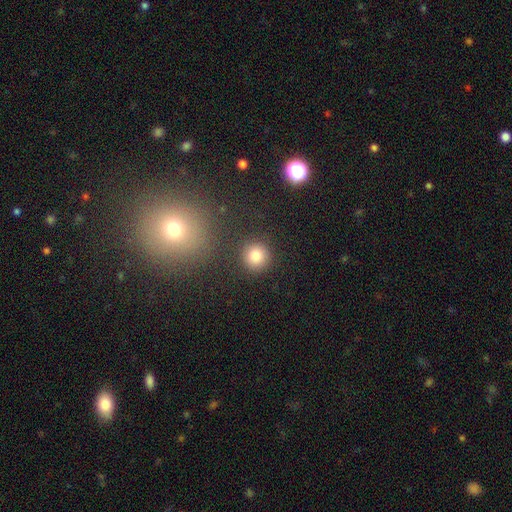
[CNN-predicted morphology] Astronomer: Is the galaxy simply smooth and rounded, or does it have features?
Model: smooth — 83%.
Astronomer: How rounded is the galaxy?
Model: round — 93%.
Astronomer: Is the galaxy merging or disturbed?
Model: none — 88%.